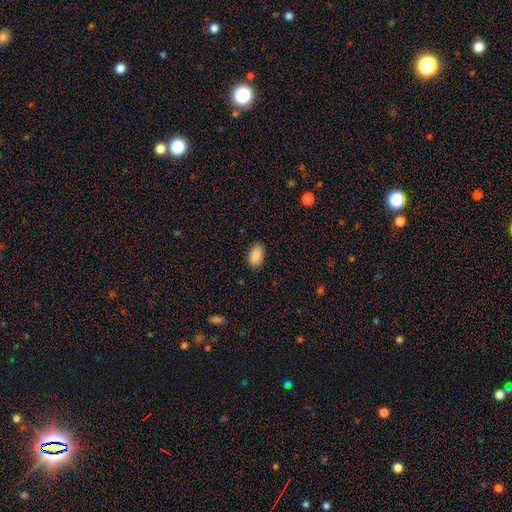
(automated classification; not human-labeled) Smooth or featured? smooth (89%)
How rounded? in between (93%)
Merging? none (87%)